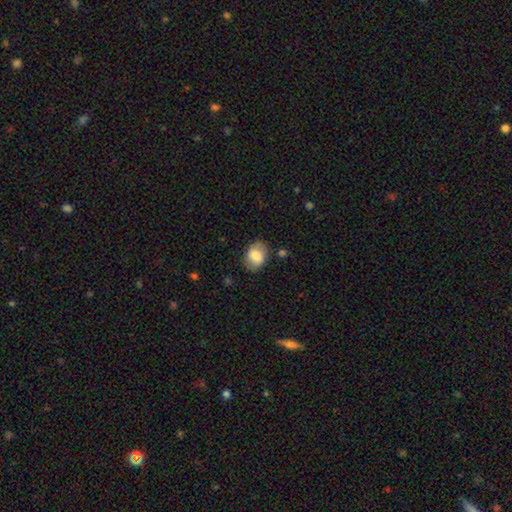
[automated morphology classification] Overall: smooth (77%). How rounded: in between (77%). Merging: none (79%).